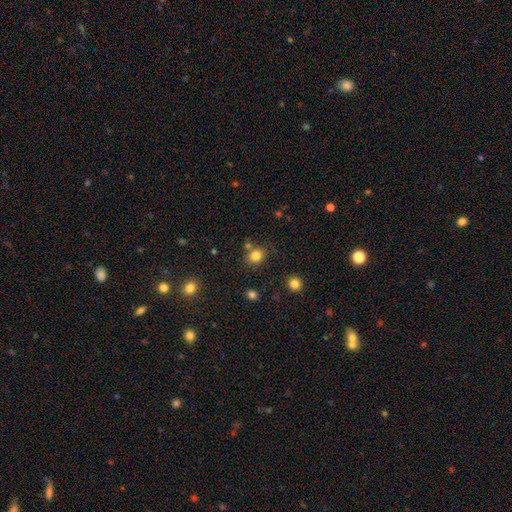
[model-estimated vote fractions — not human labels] The model was most divided on "how rounded": round: 51%, in between: 48%, cigar-shaped: 1%. More confident: smooth or featured — smooth (83%); merging — none (71%).